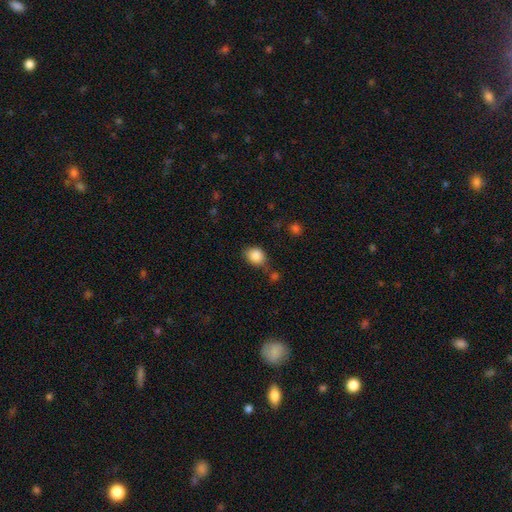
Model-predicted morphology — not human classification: Smooth or featured: smooth — 86% (star or artifact — 9%)
How rounded: round — 50% (in between — 49%)
Merging: none — 62% (minor disturbance — 22%)